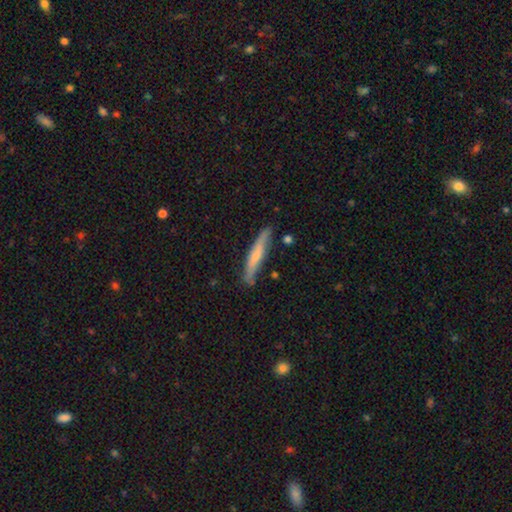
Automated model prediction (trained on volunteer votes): The model was most divided on "smooth or featured": smooth: 51%, featured or disk: 43%, star or artifact: 6%. More confident: how rounded — cigar-shaped (93%); merging — none (82%).